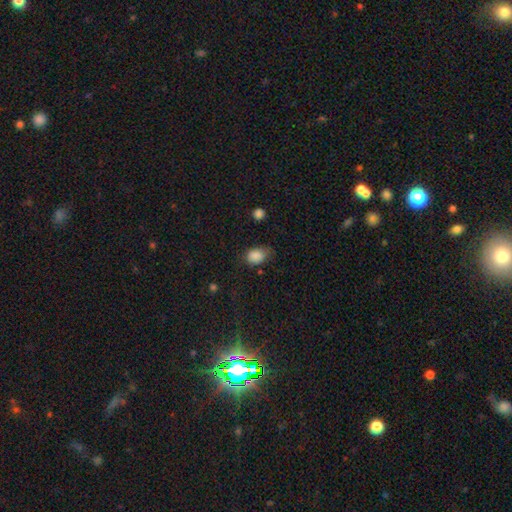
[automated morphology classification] Overall: smooth (86%). How rounded: in between (74%). Merging: none (58%; minor disturbance 31%).